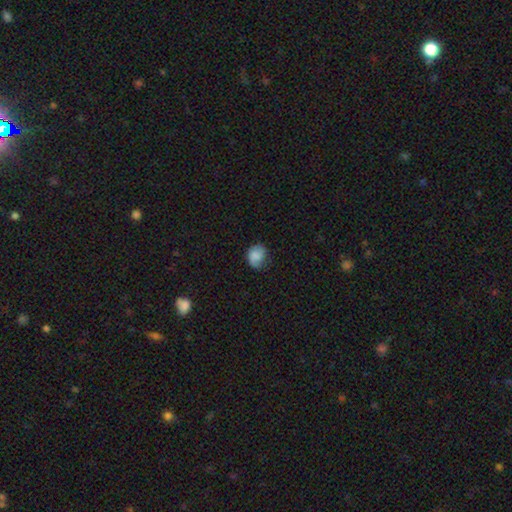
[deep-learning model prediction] This appears to be a smooth galaxy with no disk features (67%) that is round (52%). Merging: none (57%).